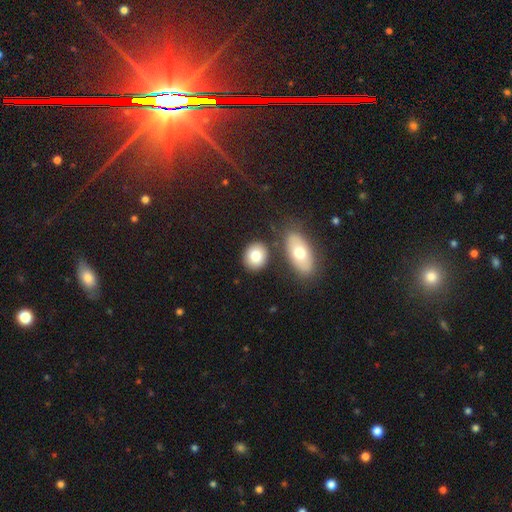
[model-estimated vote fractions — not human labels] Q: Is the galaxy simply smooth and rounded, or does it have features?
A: smooth — 78%.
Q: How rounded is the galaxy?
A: round — 50%.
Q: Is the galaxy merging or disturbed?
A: none — 76%.